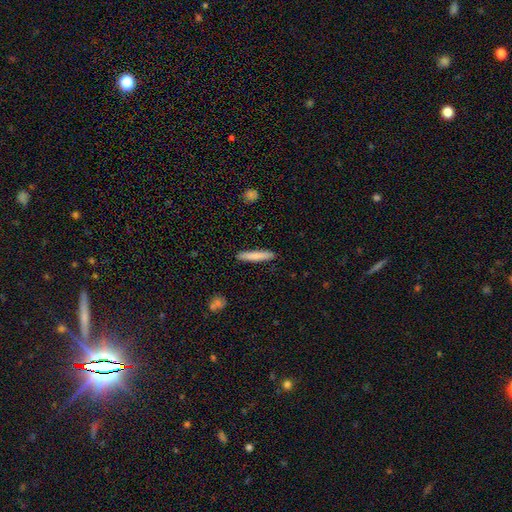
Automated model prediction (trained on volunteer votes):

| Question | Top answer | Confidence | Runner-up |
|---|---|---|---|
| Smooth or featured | smooth | 79% | featured or disk (15%) |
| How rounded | cigar-shaped | 93% | in between (6%) |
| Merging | none | 91% | minor disturbance (7%) |